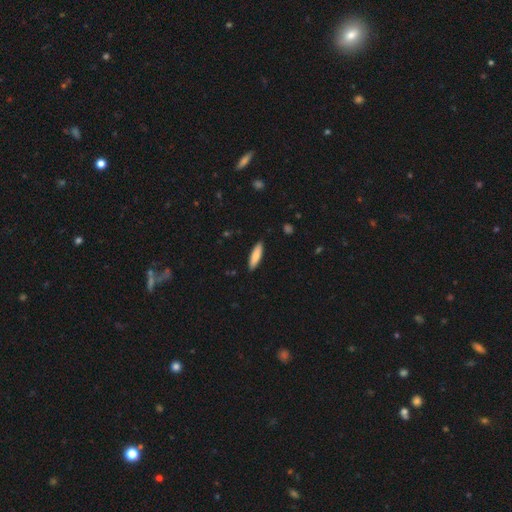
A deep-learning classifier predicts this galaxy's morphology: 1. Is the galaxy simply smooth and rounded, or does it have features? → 81% smooth, 13% featured or disk, 5% star or artifact.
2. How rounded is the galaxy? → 63% cigar-shaped, 35% in between, 1% round.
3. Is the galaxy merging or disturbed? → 89% none, 9% minor disturbance, 2% major disturbance, 1% merger.